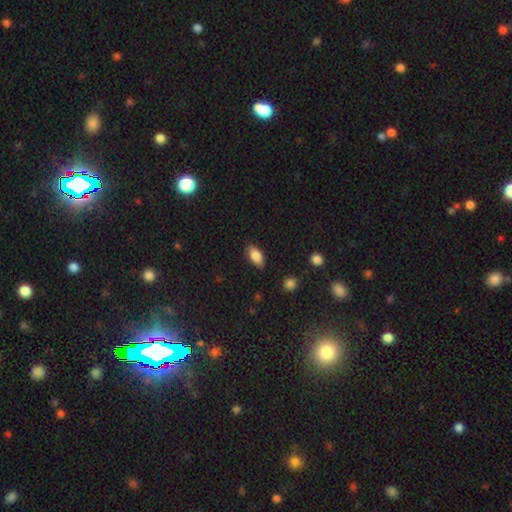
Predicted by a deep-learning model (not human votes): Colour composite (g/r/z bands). It shows a smooth galaxy with no disk features (84%) that is in between round and cigar-shaped (91%). Merging: none (82%).